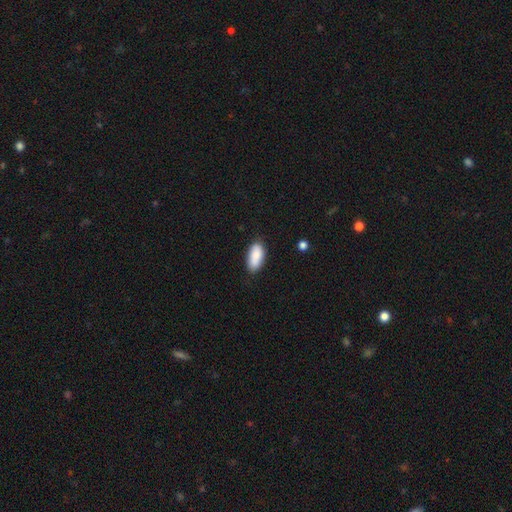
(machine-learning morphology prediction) Smooth or featured?
  - smooth: 88% *
  - star or artifact: 6%
  - featured or disk: 6%
How rounded?
  - in between: 90% *
  - cigar-shaped: 7%
  - round: 2%
Merging?
  - none: 79% *
  - minor disturbance: 16%
  - major disturbance: 3%
  - merger: 2%